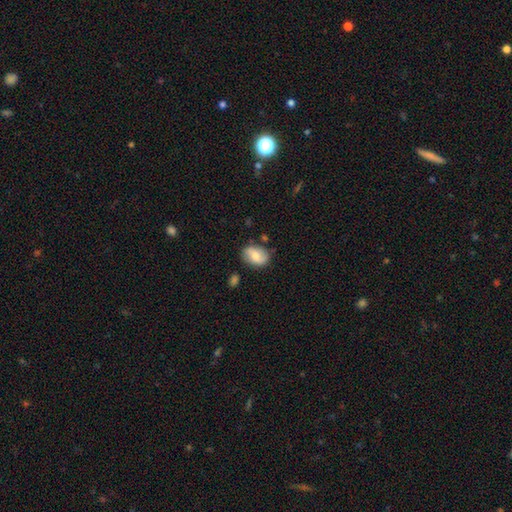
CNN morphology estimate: This appears to be a smooth galaxy with no disk features (59%) that is in between round and cigar-shaped (77%). Merging: none (70%).